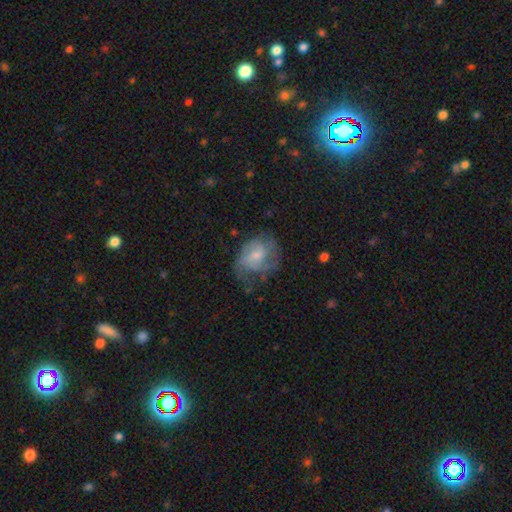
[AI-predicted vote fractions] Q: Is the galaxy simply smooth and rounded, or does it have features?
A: featured or disk — 58%.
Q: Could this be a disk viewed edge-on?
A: no — 97%.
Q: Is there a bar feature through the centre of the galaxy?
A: no — 50%.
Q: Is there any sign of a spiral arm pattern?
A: yes — 77%.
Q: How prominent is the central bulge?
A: small — 41%.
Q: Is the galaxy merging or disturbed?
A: none — 48%.